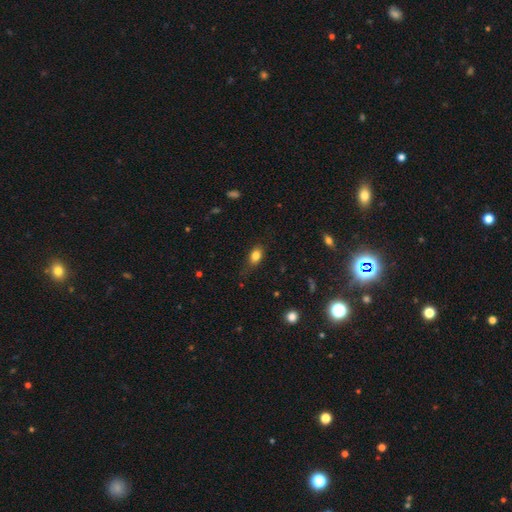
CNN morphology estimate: Smooth or featured? Predicted: smooth (p=0.82). How rounded? Predicted: in between (p=0.82). Merging? Predicted: none (p=0.72).